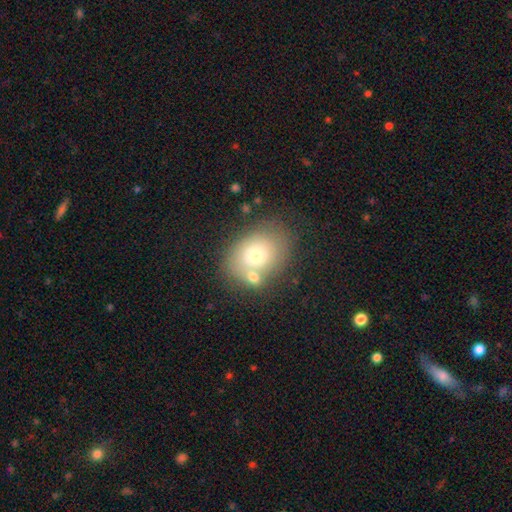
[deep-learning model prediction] Q: Smooth or featured?
A: smooth (64%); runner-up: featured or disk (26%)
Q: How rounded?
A: in between (63%); runner-up: round (36%)
Q: Merging?
A: none (56%); runner-up: merger (21%)